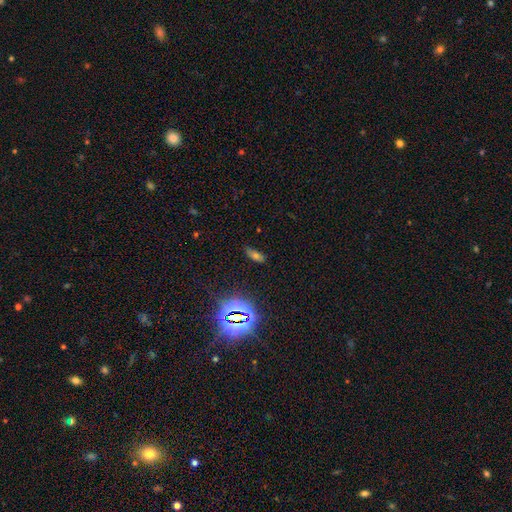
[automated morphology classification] smooth_or_featured: smooth (p=0.47) [alt: star or artifact p=0.38]
merging: none (p=0.84) [alt: minor disturbance p=0.11]